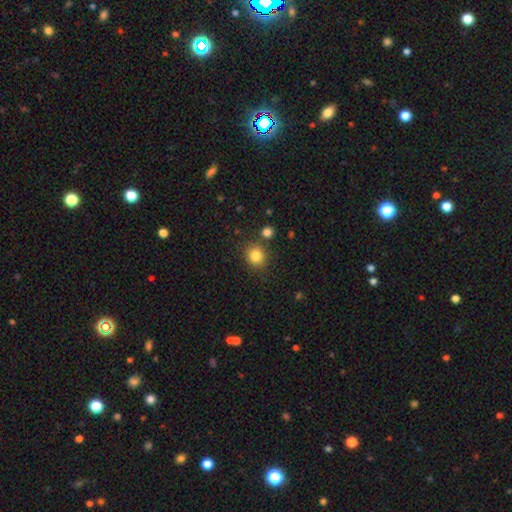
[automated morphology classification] smooth_or_featured: smooth (p=0.83) [alt: star or artifact p=0.12]
how_rounded: round (p=0.85) [alt: in between p=0.14]
merging: none (p=0.82) [alt: minor disturbance p=0.09]